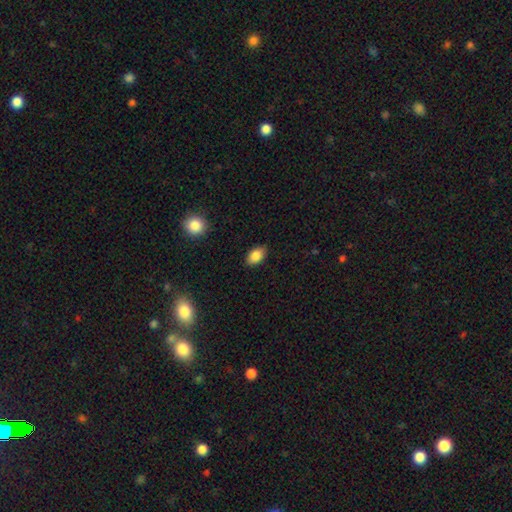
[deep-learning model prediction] Smooth or featured: smooth — 86% (star or artifact — 8%)
How rounded: in between — 90% (round — 8%)
Merging: none — 86% (minor disturbance — 11%)